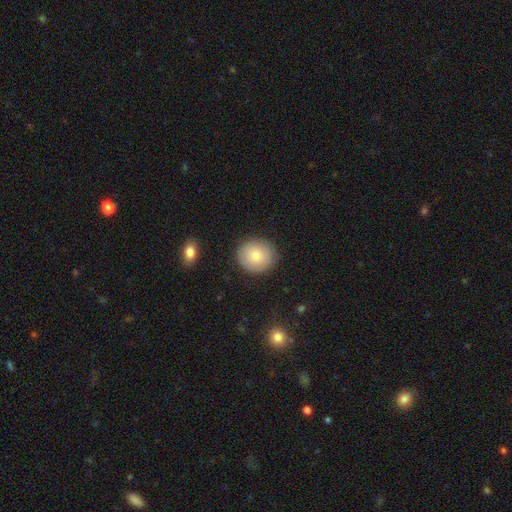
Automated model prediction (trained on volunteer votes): Morphology: type=smooth (78%); roundness=round (84%); merging=none (88%).